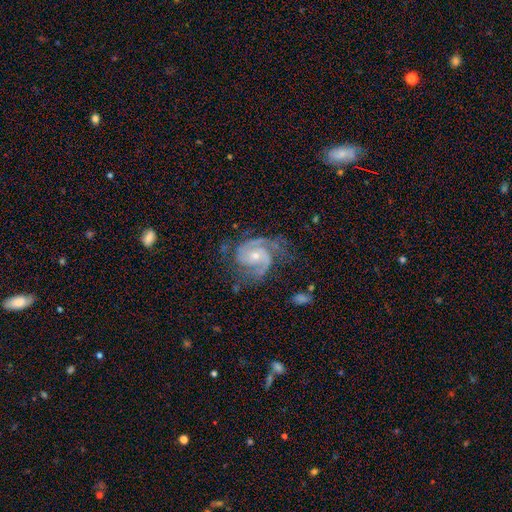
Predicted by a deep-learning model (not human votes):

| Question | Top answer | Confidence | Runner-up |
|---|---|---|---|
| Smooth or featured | featured or disk | 90% | smooth (5%) |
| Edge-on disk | no | 98% | yes (2%) |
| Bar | no | 64% | weak (29%) |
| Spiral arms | yes | 98% | no (2%) |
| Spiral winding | medium | 50% | tight (39%) |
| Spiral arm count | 2 | 74% | 3 (13%) |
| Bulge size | small | 61% | moderate (34%) |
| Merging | none | 60% | minor disturbance (22%) |